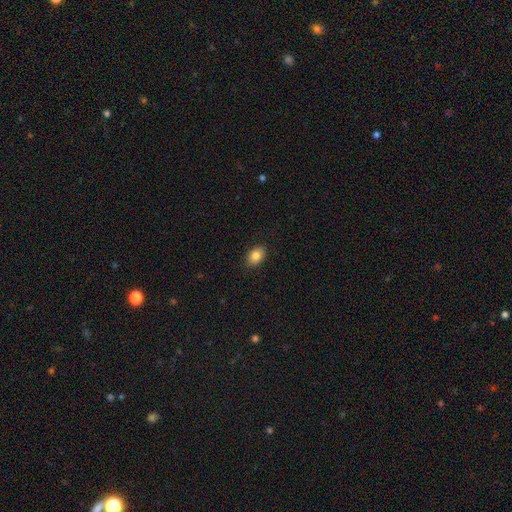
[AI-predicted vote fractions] Overall: smooth (85%). How rounded: in between (82%). Merging: none (89%).